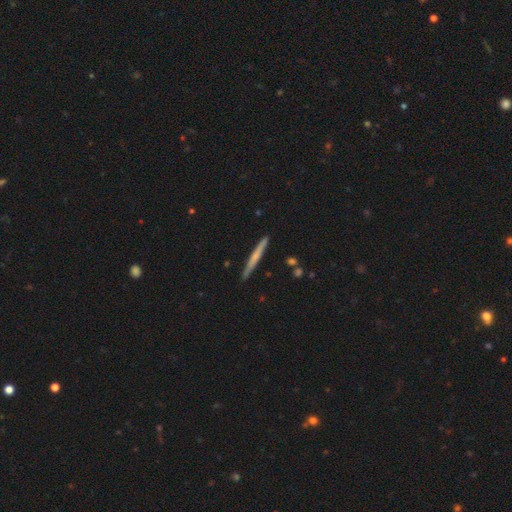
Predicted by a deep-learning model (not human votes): Q: Smooth or featured?
A: smooth (48%); runner-up: featured or disk (47%)
Q: Merging?
A: none (90%); runner-up: minor disturbance (7%)